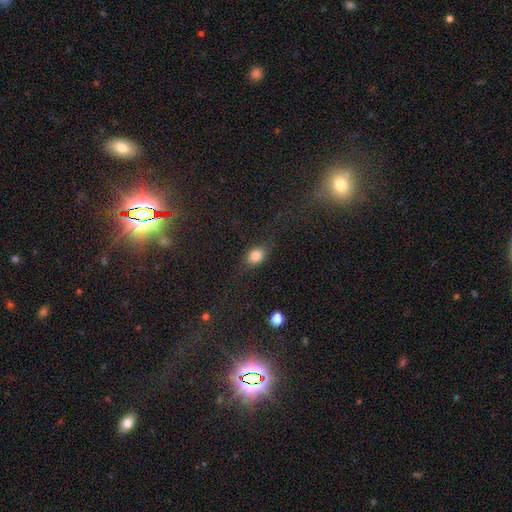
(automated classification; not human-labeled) This is likely a smooth galaxy (78%). How rounded: likely in between (68%). Merging: likely none (72%).